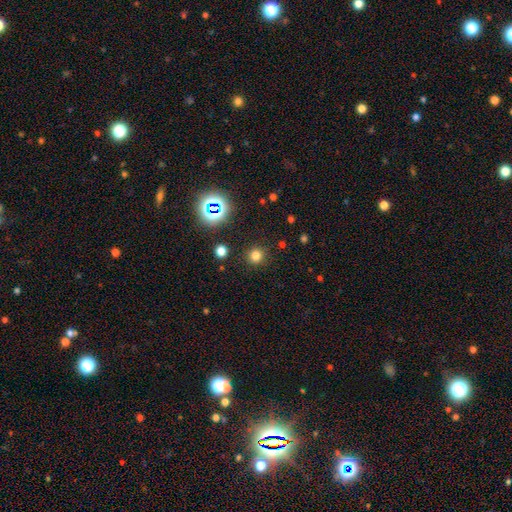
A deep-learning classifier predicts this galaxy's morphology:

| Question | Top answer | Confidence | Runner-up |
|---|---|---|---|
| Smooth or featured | smooth | 75% | star or artifact (20%) |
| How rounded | round | 91% | in between (8%) |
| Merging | none | 90% | minor disturbance (6%) |